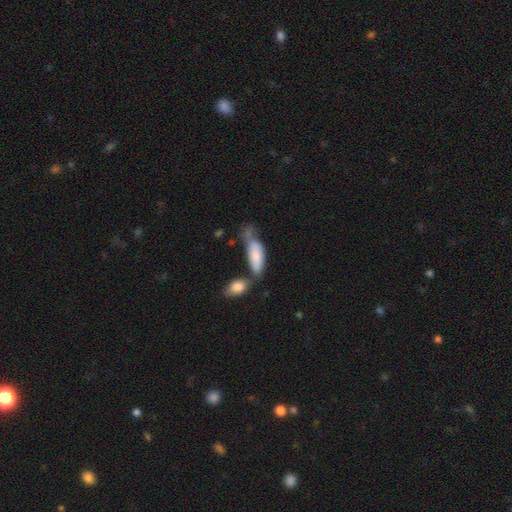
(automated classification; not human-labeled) The model was most divided on "merging": merger: 34%, none: 26%, minor disturbance: 24%, major disturbance: 15%. More confident: smooth or featured — smooth (75%); how rounded — in between (70%).